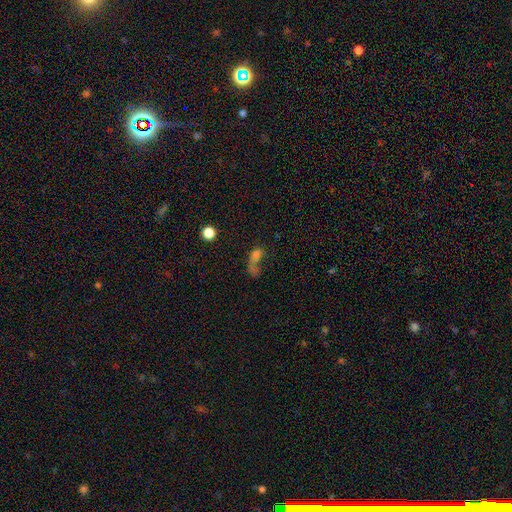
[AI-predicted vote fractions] Smooth or featured? smooth (54%)
How rounded? in between (53%)
Merging? merger (38%)